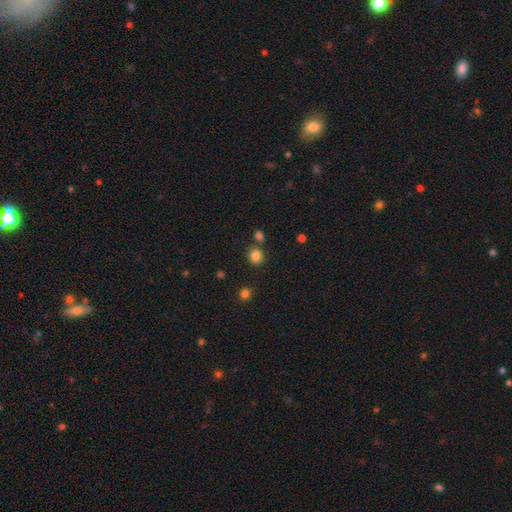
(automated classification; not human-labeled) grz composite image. It shows a smooth galaxy with no disk features (83%) that is round (82%). Merging: none (75%).